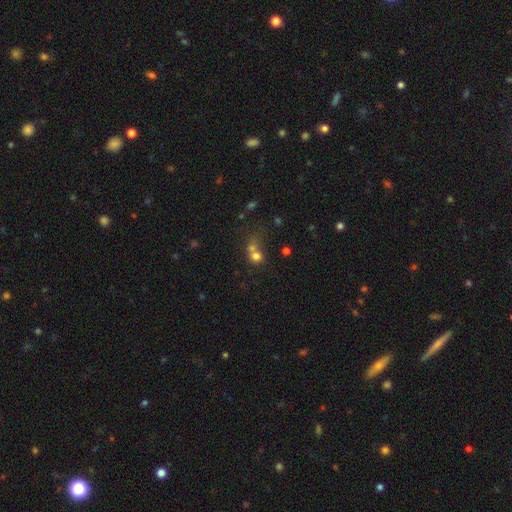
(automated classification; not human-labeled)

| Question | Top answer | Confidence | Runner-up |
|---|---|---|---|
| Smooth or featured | smooth | 70% | star or artifact (16%) |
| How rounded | round | 74% | in between (24%) |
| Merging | merger | 55% | none (30%) |